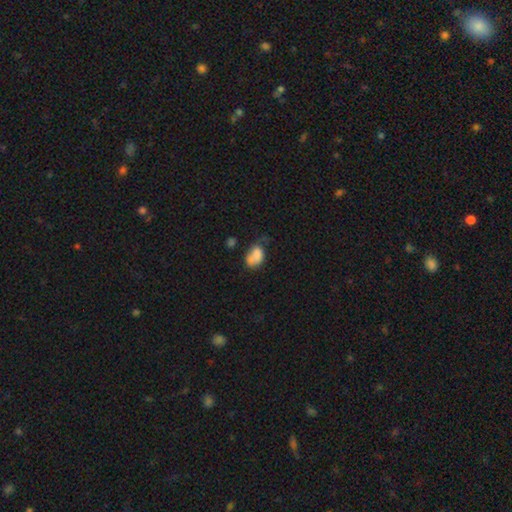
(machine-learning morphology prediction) smooth 73%, featured or disk 18%, star or artifact 9%. Down the decision tree: how rounded — in between (80%); merging — none (30%).